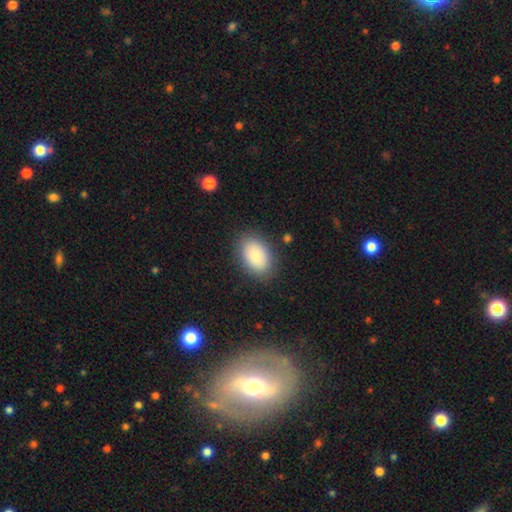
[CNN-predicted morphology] Smooth or featured? smooth (86%)
How rounded? in between (87%)
Merging? none (85%)